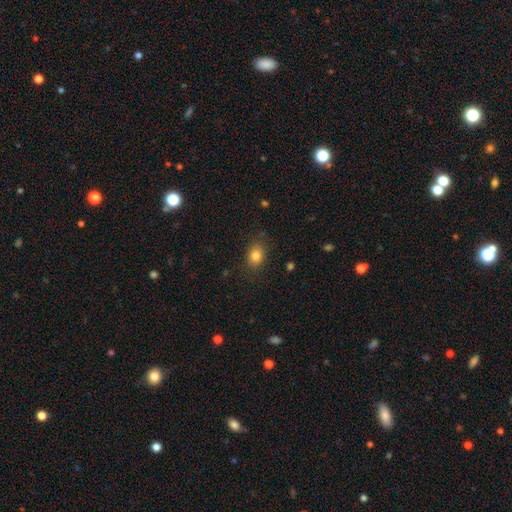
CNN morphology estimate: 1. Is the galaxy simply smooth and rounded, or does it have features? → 82% smooth, 11% star or artifact, 7% featured or disk.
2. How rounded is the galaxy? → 64% in between, 35% round, 1% cigar-shaped.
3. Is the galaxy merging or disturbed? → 84% none, 12% minor disturbance, 3% major disturbance, 1% merger.